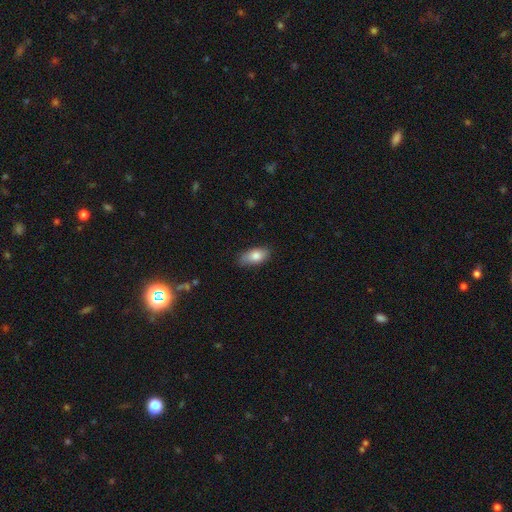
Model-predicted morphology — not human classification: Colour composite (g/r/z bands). It shows a smooth galaxy with no disk features (81%) that is in between round and cigar-shaped (89%). Merging: none (79%).